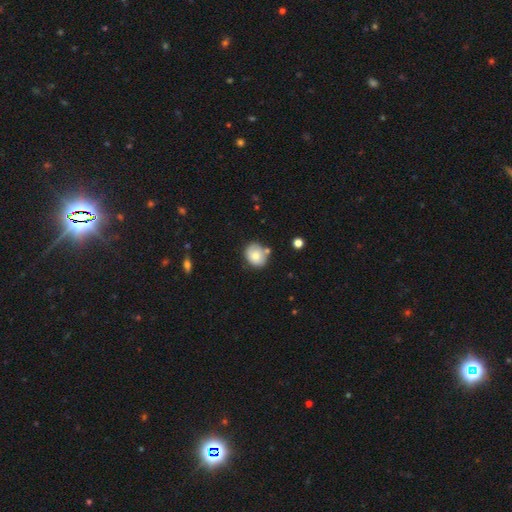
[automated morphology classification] Overall: smooth (74%). How rounded: round (65%; in between 34%). Merging: none (64%).